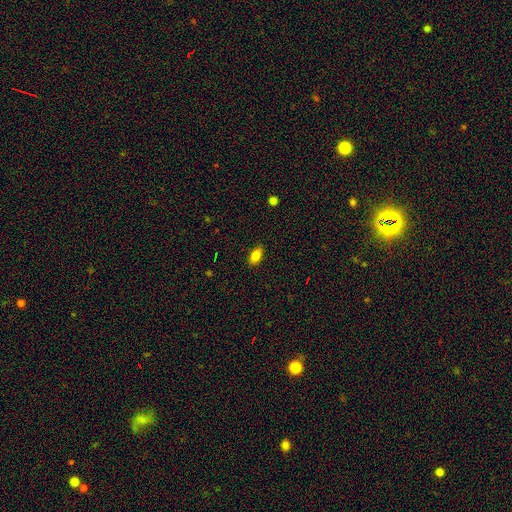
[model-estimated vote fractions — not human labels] smooth-or-featured: smooth: 84% | star or artifact: 9% | featured or disk: 7%
  how-rounded: in between: 90% | round: 6% | cigar-shaped: 4%
  merging: none: 87% | minor disturbance: 10% | major disturbance: 2% | merger: 1%